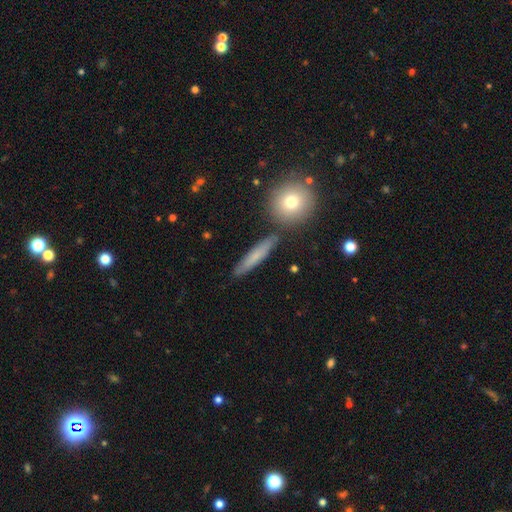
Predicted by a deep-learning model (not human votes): Q: Smooth or featured?
A: smooth (67%); runner-up: featured or disk (26%)
Q: How rounded?
A: cigar-shaped (87%); runner-up: in between (9%)
Q: Merging?
A: none (85%); runner-up: minor disturbance (9%)